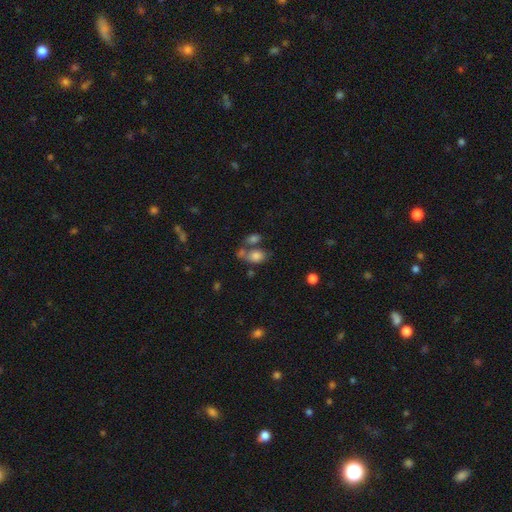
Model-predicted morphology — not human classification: smooth 77%, featured or disk 11%, star or artifact 11%. Down the decision tree: how rounded — in between (75%); merging — none (40%).